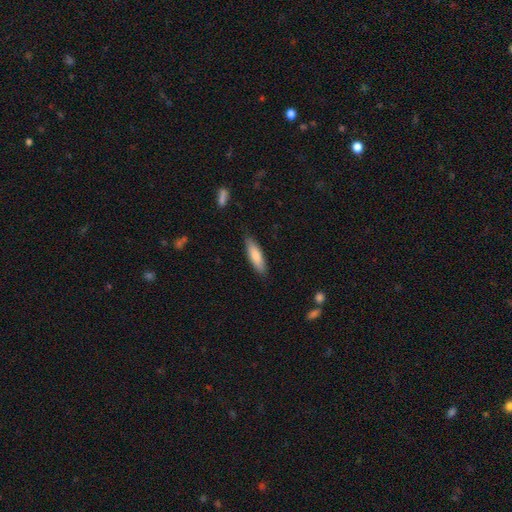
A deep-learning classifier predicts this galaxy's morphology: This is clearly a smooth galaxy (80%). How rounded: likely cigar-shaped (61%). Merging: clearly none (83%).